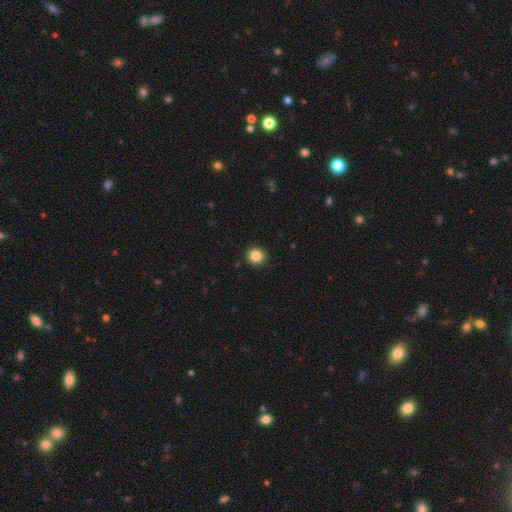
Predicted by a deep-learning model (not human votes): smooth_or_featured: smooth (p=0.85) [alt: star or artifact p=0.10]
how_rounded: round (p=0.89) [alt: in between p=0.10]
merging: none (p=0.92) [alt: minor disturbance p=0.05]